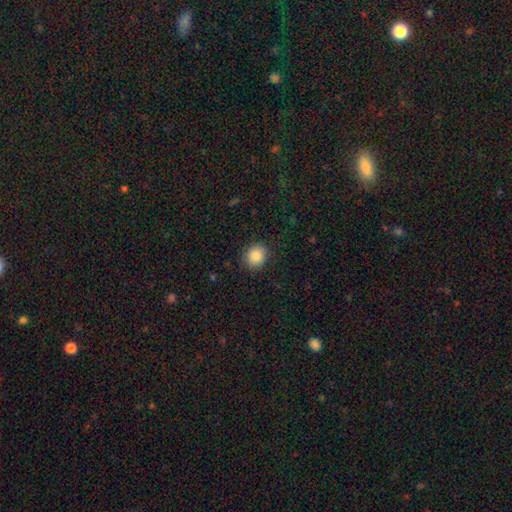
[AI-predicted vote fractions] This appears to be a smooth galaxy with no disk features (87%) that is round (78%). Merging: none (87%).